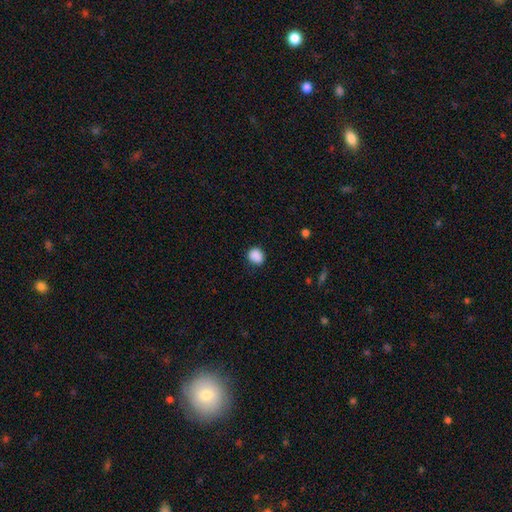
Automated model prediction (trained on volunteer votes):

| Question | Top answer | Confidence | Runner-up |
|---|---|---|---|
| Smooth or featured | smooth | 89% | star or artifact (9%) |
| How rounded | round | 73% | in between (27%) |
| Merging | none | 84% | minor disturbance (12%) |